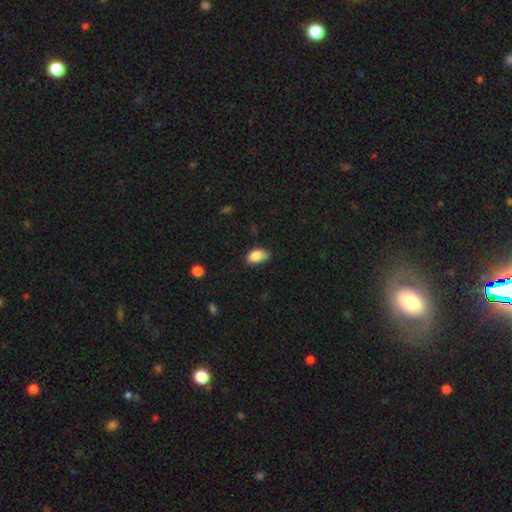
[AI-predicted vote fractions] Morphology: type=smooth (86%); roundness=in between (89%); merging=none (63%).